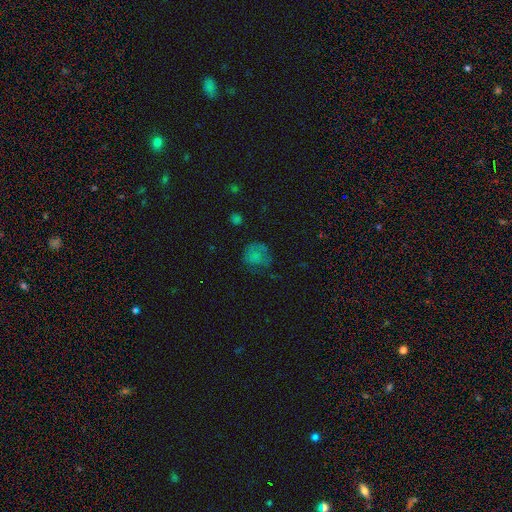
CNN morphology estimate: smooth_or_featured: smooth (p=0.67) [alt: featured or disk p=0.17]
how_rounded: round (p=0.79) [alt: in between p=0.20]
merging: none (p=0.50) [alt: minor disturbance p=0.27]